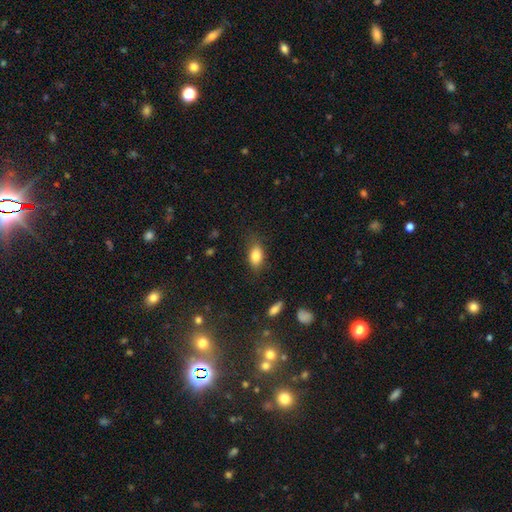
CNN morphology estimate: The model was most divided on "merging": none: 73%, minor disturbance: 19%, major disturbance: 6%, merger: 2%. More confident: how rounded — in between (85%); smooth or featured — smooth (83%).